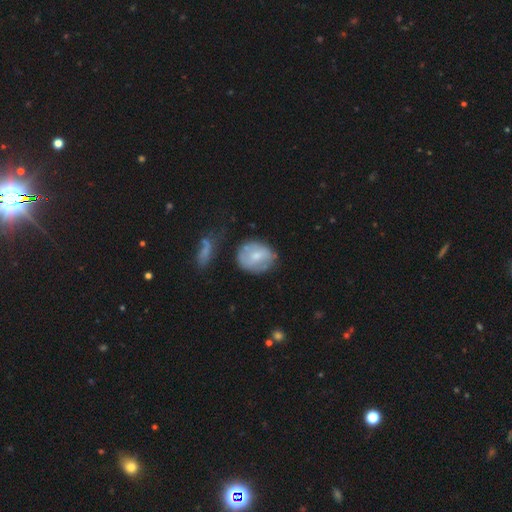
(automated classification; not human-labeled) Smooth or featured?
  - smooth: 56% *
  - featured or disk: 37%
  - star or artifact: 7%
How rounded?
  - round: 57% *
  - in between: 42%
  - cigar-shaped: 1%
Merging?
  - none: 62% *
  - minor disturbance: 24%
  - major disturbance: 8%
  - merger: 6%